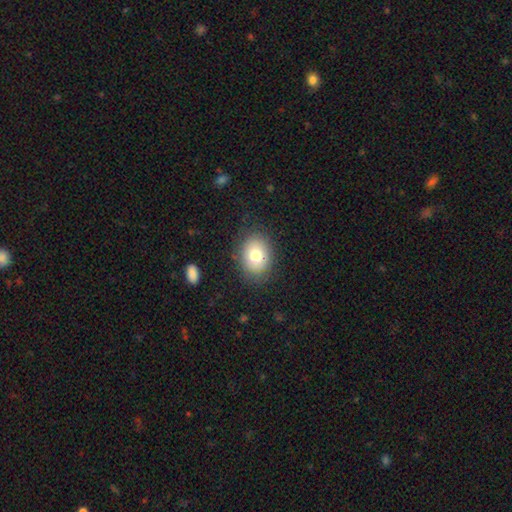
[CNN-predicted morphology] Q: Smooth or featured?
A: smooth (75%); runner-up: featured or disk (15%)
Q: How rounded?
A: in between (54%); runner-up: round (45%)
Q: Merging?
A: none (83%); runner-up: minor disturbance (12%)